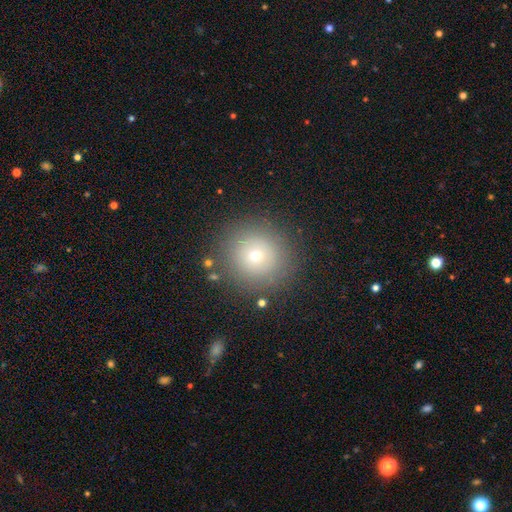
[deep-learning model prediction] A smooth galaxy with no disk features (70%) that is round (94%).

Vote fractions:
- Smooth or featured? smooth: 70% / star or artifact: 15% / featured or disk: 14%
- How rounded? round: 94% / in between: 5% / cigar-shaped: 1%
- Merging? none: 86% / minor disturbance: 8% / major disturbance: 4% / merger: 2%